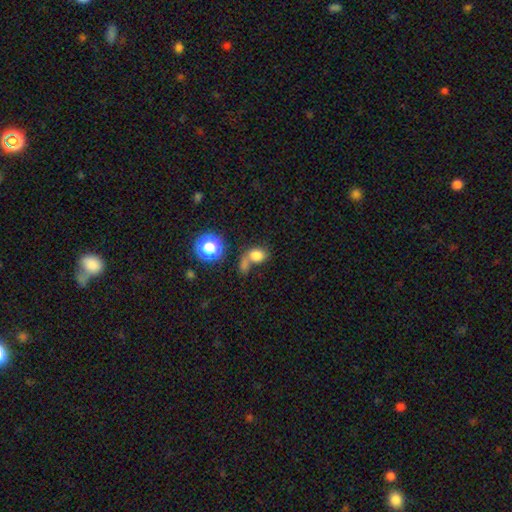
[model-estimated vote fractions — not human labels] This appears to be a smooth galaxy with no disk features (76%) that is in between round and cigar-shaped (55%). Merging: merger (42%).